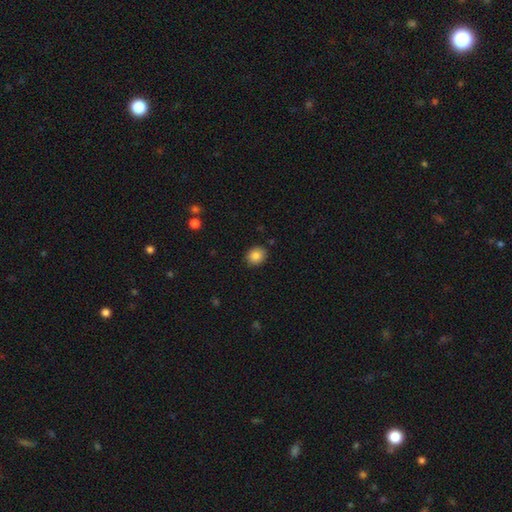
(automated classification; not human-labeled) smooth-or-featured: smooth: 86% | star or artifact: 9% | featured or disk: 5%
  how-rounded: round: 63% | in between: 36% | cigar-shaped: 1%
  merging: none: 89% | minor disturbance: 8% | major disturbance: 2% | merger: 1%